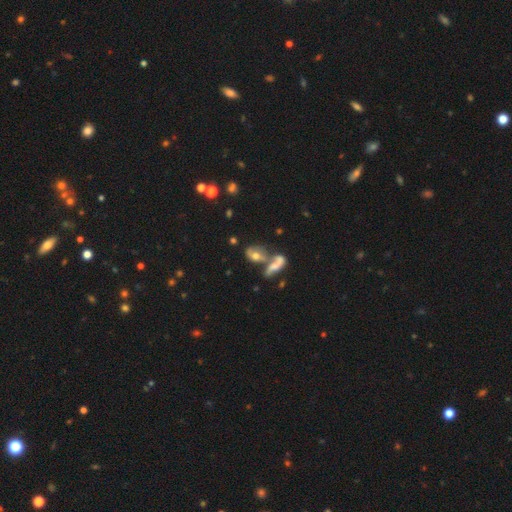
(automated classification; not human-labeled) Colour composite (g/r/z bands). It shows a smooth galaxy with no disk features (49%). Merging: merger (57%).